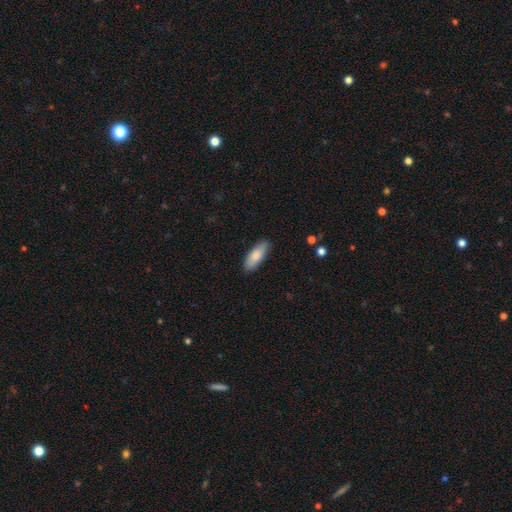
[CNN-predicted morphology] Smooth or featured?
  - smooth: 82% *
  - featured or disk: 12%
  - star or artifact: 6%
How rounded?
  - in between: 72% *
  - cigar-shaped: 26%
  - round: 2%
Merging?
  - none: 84% *
  - minor disturbance: 12%
  - major disturbance: 2%
  - merger: 1%